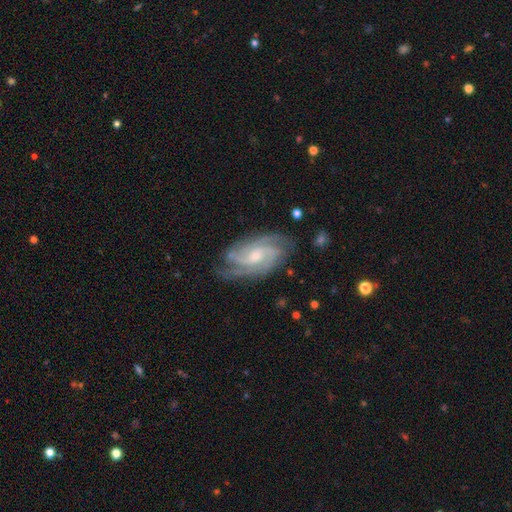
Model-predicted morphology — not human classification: The model was most divided on "spiral winding": tight: 51%, medium: 41%, loose: 8%. Remaining: spiral arms — yes (98%); edge-on disk — no (96%); smooth or featured — featured or disk (89%); merging — none (76%); bulge size — small (56%); bar — no (54%); spiral arm count — 3 (38%).